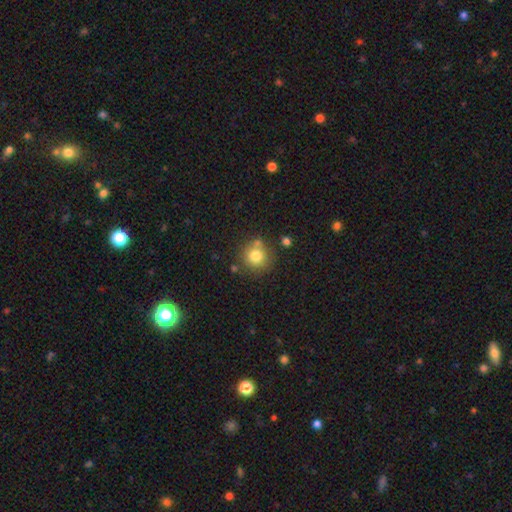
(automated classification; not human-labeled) smooth 78%, star or artifact 12%, featured or disk 10%. Down the decision tree: how rounded — round (92%); merging — none (73%).